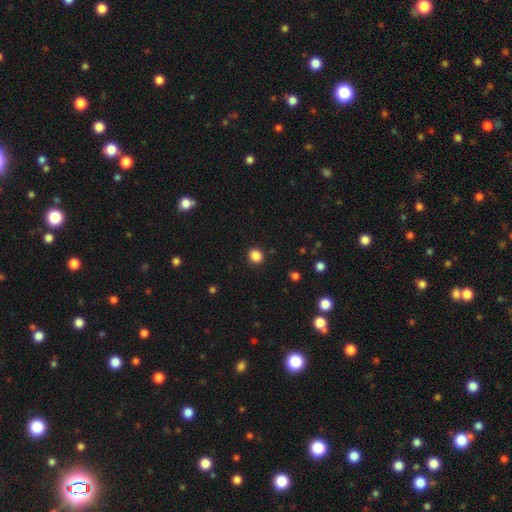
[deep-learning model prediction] Smooth or featured? Predicted: smooth (p=0.86). How rounded? Predicted: round (p=0.81). Merging? Predicted: none (p=0.92).